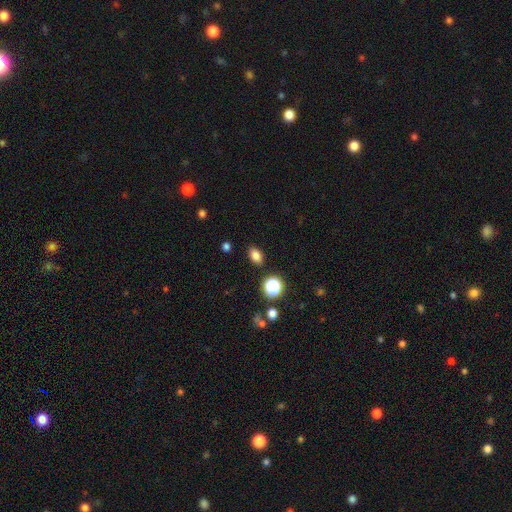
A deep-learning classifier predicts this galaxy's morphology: Smooth or featured: smooth — 80% (star or artifact — 14%)
How rounded: in between — 79% (round — 19%)
Merging: none — 87% (minor disturbance — 9%)